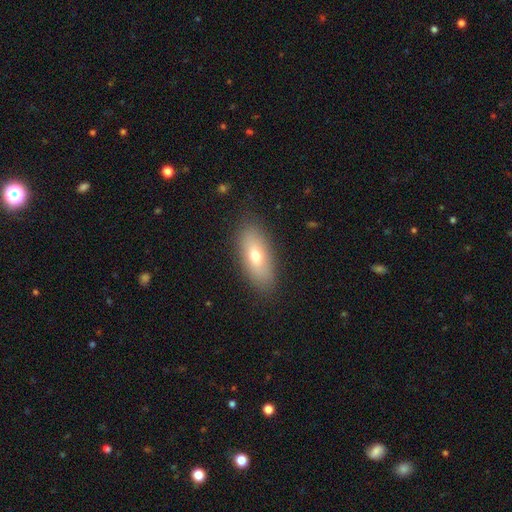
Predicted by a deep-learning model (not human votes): Smooth or featured: smooth — 68% (featured or disk — 24%)
How rounded: in between — 82% (cigar-shaped — 15%)
Merging: none — 86% (minor disturbance — 10%)